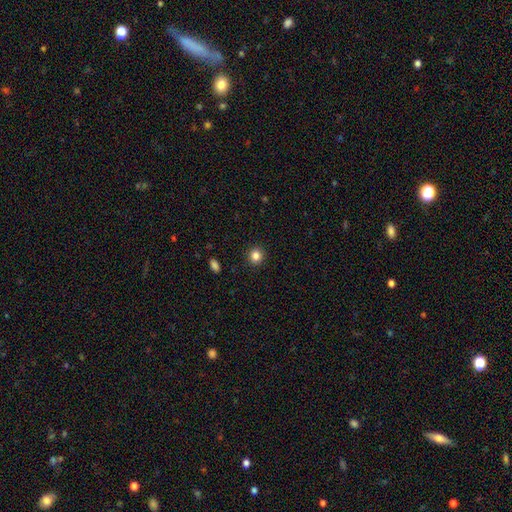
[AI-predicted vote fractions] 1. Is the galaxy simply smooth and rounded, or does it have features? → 84% smooth, 11% star or artifact, 5% featured or disk.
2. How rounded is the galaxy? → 87% round, 12% in between, 1% cigar-shaped.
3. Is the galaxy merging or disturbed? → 92% none, 5% minor disturbance, 2% major disturbance, 1% merger.